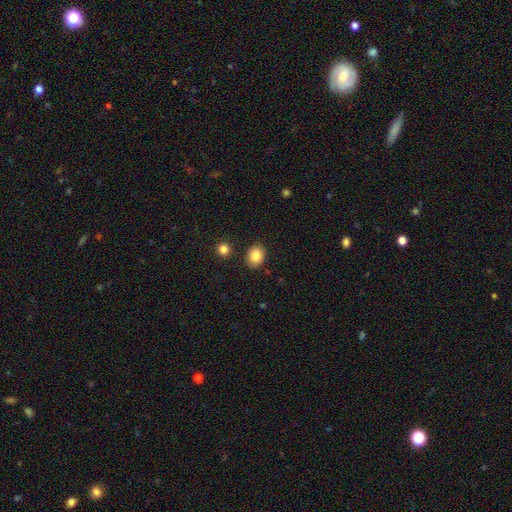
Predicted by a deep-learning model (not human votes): A smooth galaxy with no disk features (86%) that is in between round and cigar-shaped (56%). Merging: none (87%).